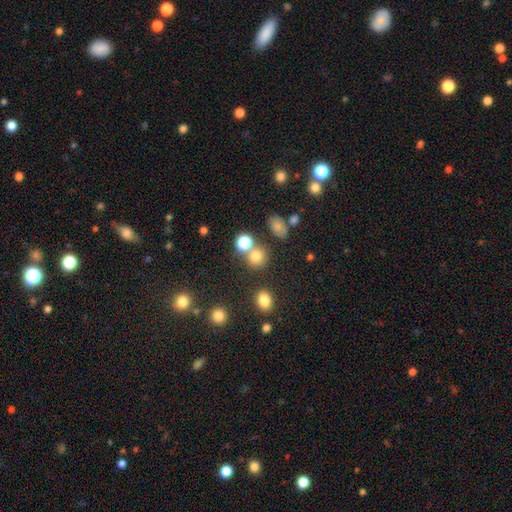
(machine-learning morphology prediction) smooth 75%, star or artifact 17%, featured or disk 8%. Down the decision tree: how rounded — round (83%); merging — none (63%).